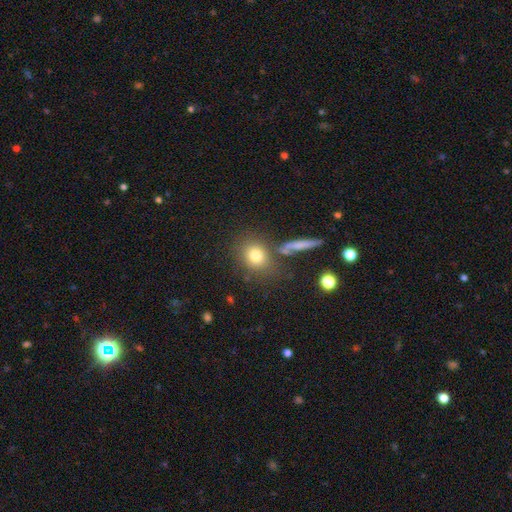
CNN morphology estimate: A smooth galaxy with no disk features (78%) that is round (71%).

Vote fractions:
- Smooth or featured? smooth: 78% / star or artifact: 12% / featured or disk: 10%
- How rounded? round: 71% / in between: 27% / cigar-shaped: 3%
- Merging? none: 74% / minor disturbance: 12% / merger: 10% / major disturbance: 5%